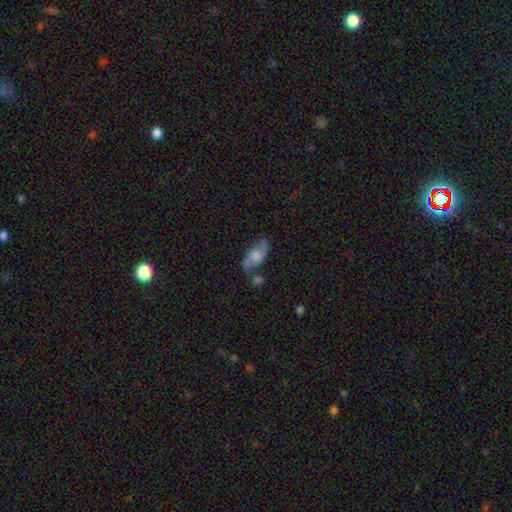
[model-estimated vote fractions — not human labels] Smooth or featured? Predicted: featured or disk (p=0.61). Edge-on disk? Predicted: no (p=0.90). Bar? Predicted: no (p=0.63). Spiral arms? Predicted: yes (p=0.86). Bulge size? Predicted: moderate (p=0.37). Merging? Predicted: none (p=0.57).